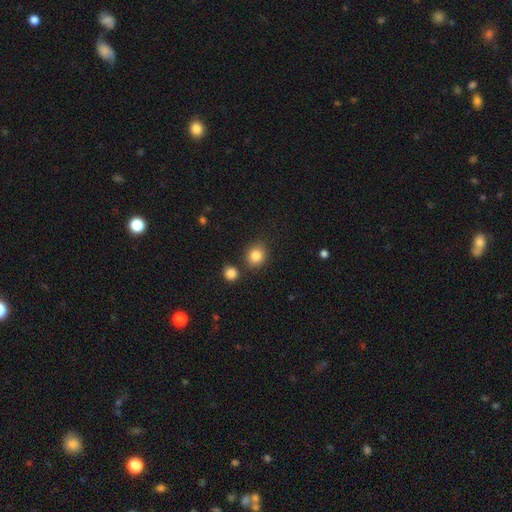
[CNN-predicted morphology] A smooth galaxy with no disk features (84%) that is round (74%).

Vote fractions:
- Smooth or featured? smooth: 84% / star or artifact: 10% / featured or disk: 6%
- How rounded? round: 74% / in between: 25% / cigar-shaped: 1%
- Merging? none: 78% / minor disturbance: 11% / merger: 8% / major disturbance: 3%